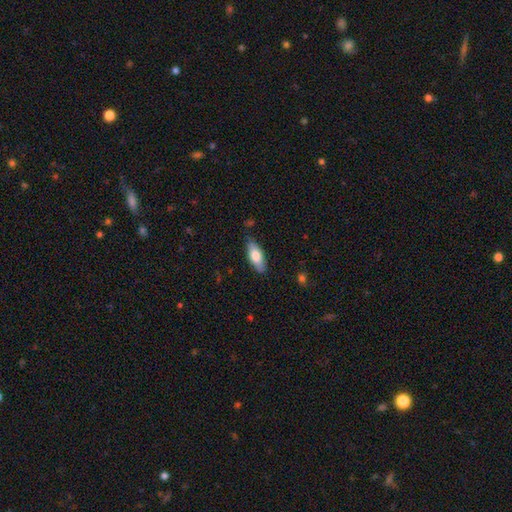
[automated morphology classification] A smooth galaxy with no disk features (71%) that is in between round and cigar-shaped (71%). Merging: none (82%).